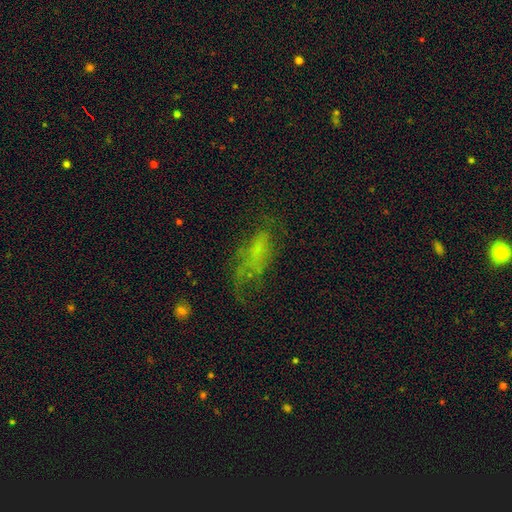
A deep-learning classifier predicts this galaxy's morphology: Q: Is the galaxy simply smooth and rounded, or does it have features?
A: smooth — 45%.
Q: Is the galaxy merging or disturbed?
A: none — 46%.